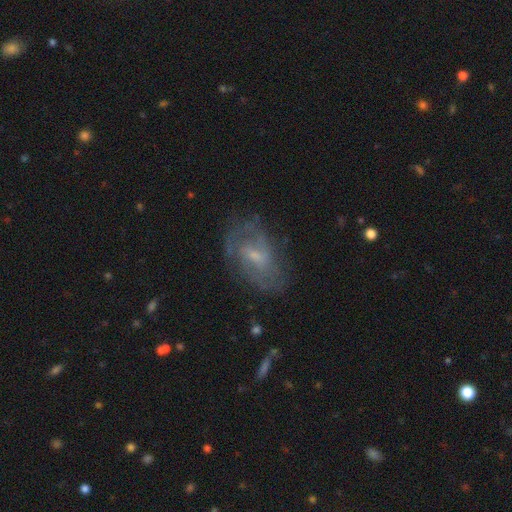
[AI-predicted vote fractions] Smooth or featured?
  - featured or disk: 65% *
  - smooth: 23%
  - star or artifact: 12%
Edge-on disk?
  - no: 94% *
  - yes: 6%
Bar?
  - weak: 49% *
  - no: 41%
  - strong: 10%
Spiral arms?
  - yes: 77% *
  - no: 23%
Bulge size?
  - small: 54% *
  - moderate: 33%
  - none: 9%
  - large: 2%
  - dominant: 1%
Merging?
  - none: 69% *
  - minor disturbance: 19%
  - major disturbance: 11%
  - merger: 2%